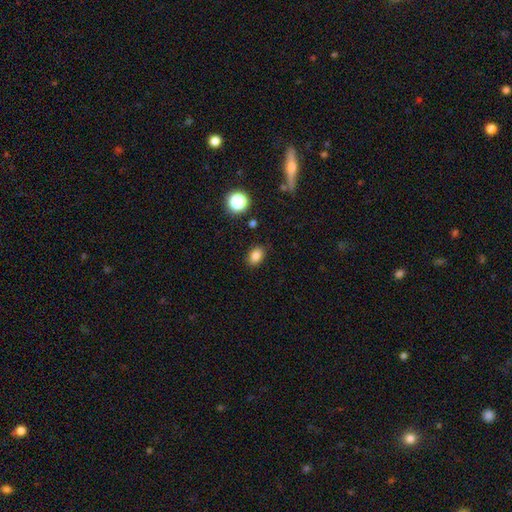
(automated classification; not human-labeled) This appears to be a smooth galaxy with no disk features (83%) that is in between round and cigar-shaped (78%). Merging: none (86%).